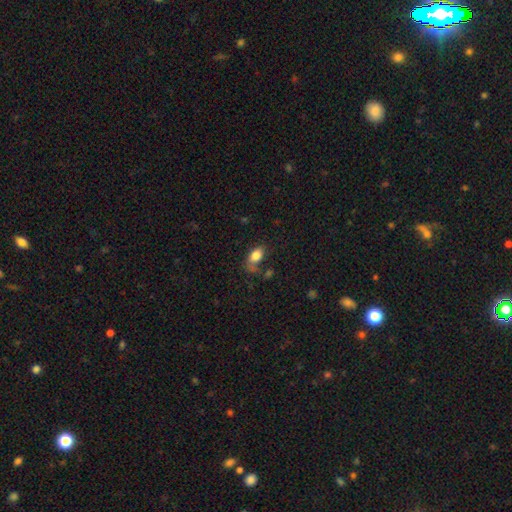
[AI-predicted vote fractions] Q: Smooth or featured?
A: smooth (82%); runner-up: featured or disk (10%)
Q: How rounded?
A: in between (88%); runner-up: round (8%)
Q: Merging?
A: none (55%); runner-up: minor disturbance (24%)